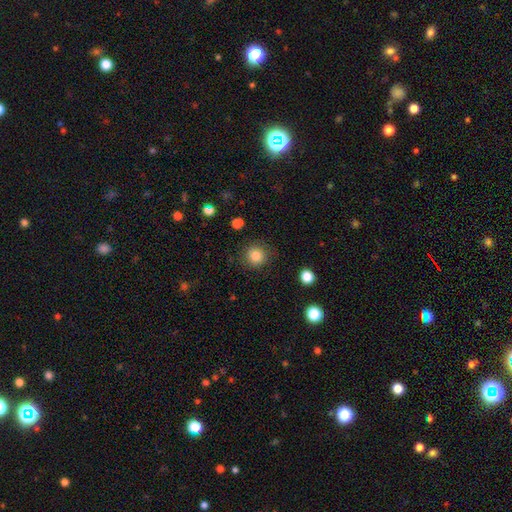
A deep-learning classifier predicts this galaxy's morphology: The model was most divided on "smooth or featured": smooth: 85%, star or artifact: 10%, featured or disk: 5%. More confident: how rounded — round (92%); merging — none (87%).